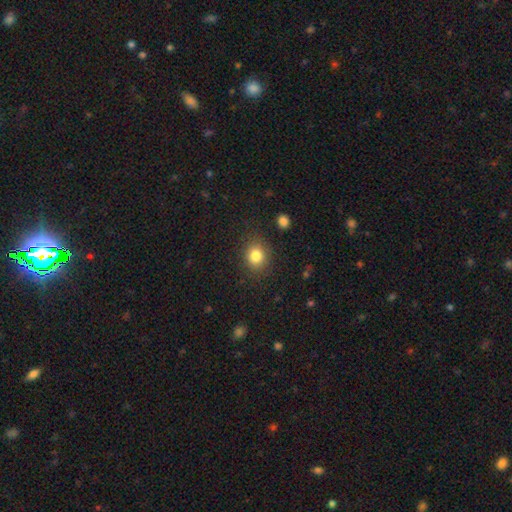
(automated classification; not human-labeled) smooth 82%, star or artifact 11%, featured or disk 6%. Down the decision tree: how rounded — round (68%); merging — none (86%).